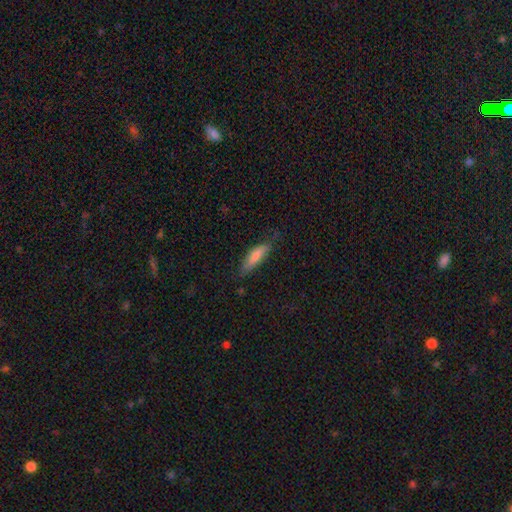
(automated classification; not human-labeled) Smooth or featured? smooth (77%)
How rounded? cigar-shaped (62%)
Merging? none (70%)